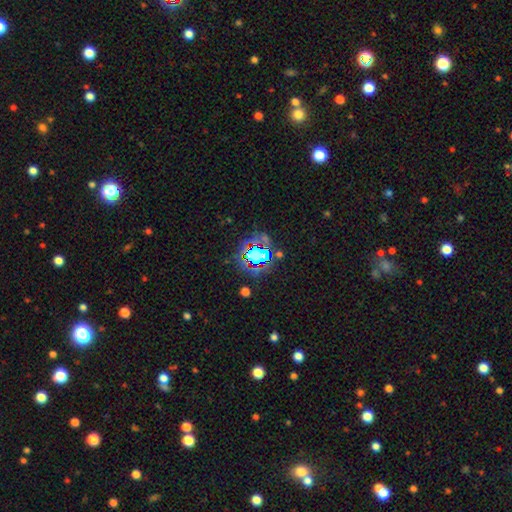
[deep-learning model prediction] Smooth or featured? star or artifact (66%)